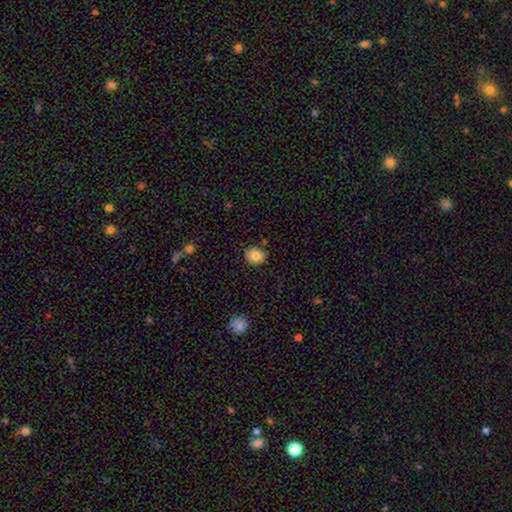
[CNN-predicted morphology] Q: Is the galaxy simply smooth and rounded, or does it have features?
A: smooth — 84%.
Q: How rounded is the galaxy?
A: round — 62%.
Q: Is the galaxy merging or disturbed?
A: none — 79%.